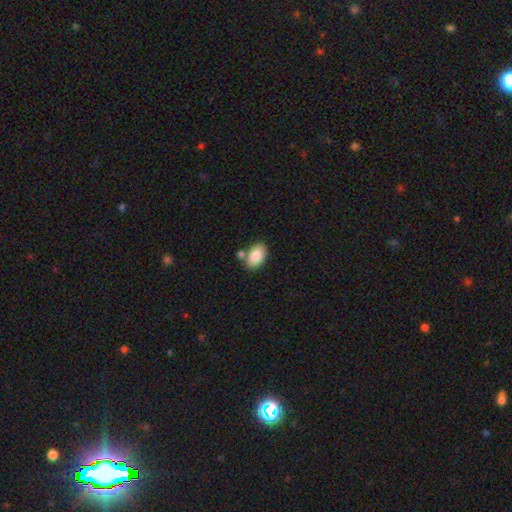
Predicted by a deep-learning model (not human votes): Morphology: type=smooth (86%); roundness=in between (90%); merging=none (71%).